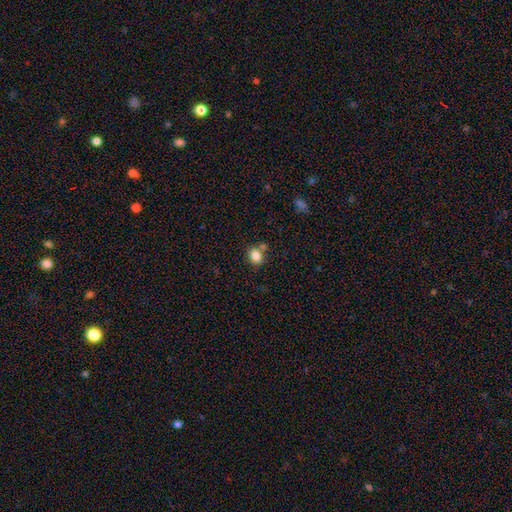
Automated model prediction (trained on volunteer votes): This is clearly a smooth galaxy (84%). How rounded: possibly in between (50%). Merging: likely none (67%).